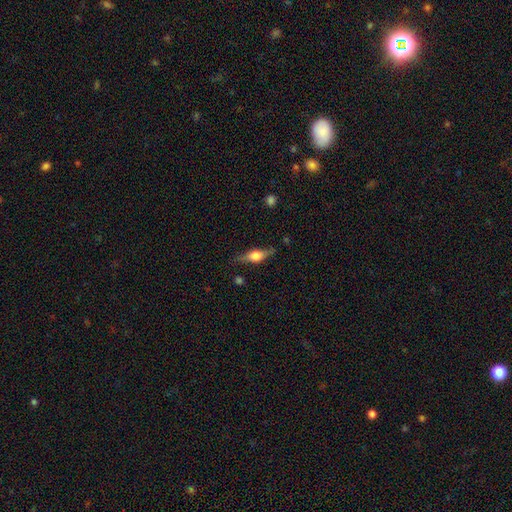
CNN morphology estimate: Overall: featured or disk (58%; smooth 35%). Edge-on disk: yes (94%). Edge-on bulge: rounded (90%). Merging: none (78%).